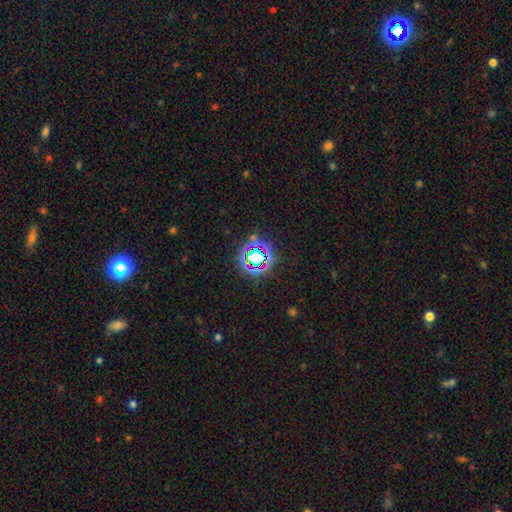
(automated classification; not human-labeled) smooth_or_featured: star or artifact (p=0.66) [alt: smooth p=0.22]